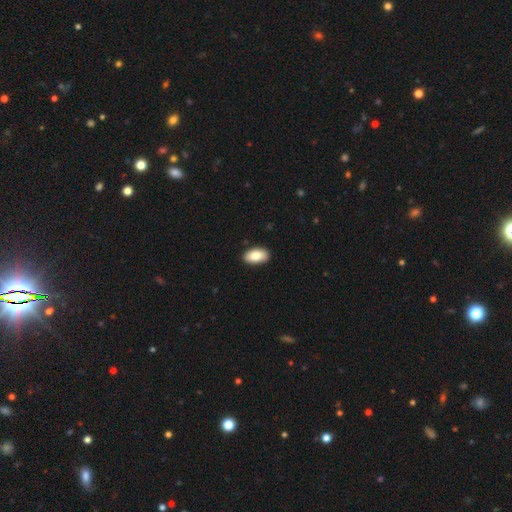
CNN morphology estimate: Smooth or featured? smooth (81%)
How rounded? in between (94%)
Merging? none (89%)